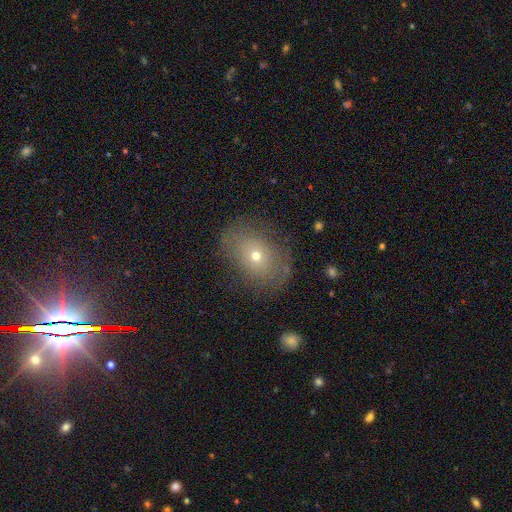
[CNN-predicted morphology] A smooth galaxy with no disk features (55%) that is in between round and cigar-shaped (65%).

Vote fractions:
- Smooth or featured? smooth: 55% / featured or disk: 32% / star or artifact: 13%
- How rounded? in between: 65% / round: 33% / cigar-shaped: 1%
- Merging? none: 72% / minor disturbance: 18% / major disturbance: 9% / merger: 1%